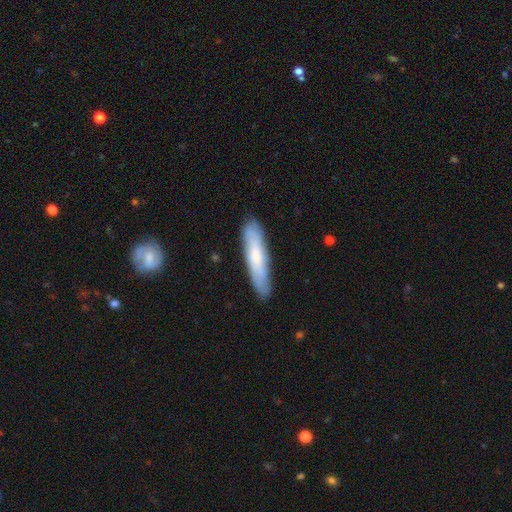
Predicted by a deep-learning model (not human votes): smooth 60%, featured or disk 34%, star or artifact 6%. Down the decision tree: how rounded — cigar-shaped (83%); merging — none (84%).